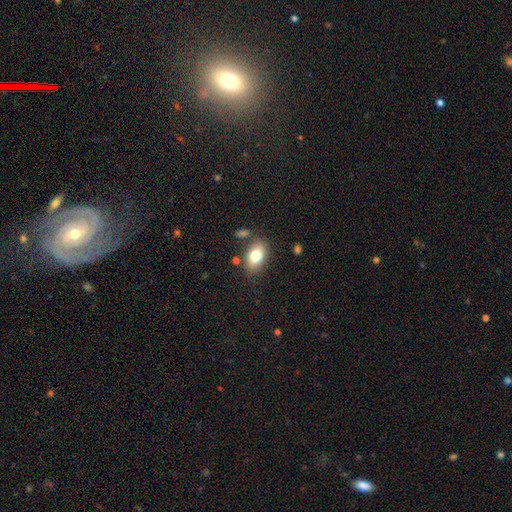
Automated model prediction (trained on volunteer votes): Q: Smooth or featured?
A: smooth (78%); runner-up: featured or disk (14%)
Q: How rounded?
A: in between (89%); runner-up: round (9%)
Q: Merging?
A: none (78%); runner-up: minor disturbance (13%)